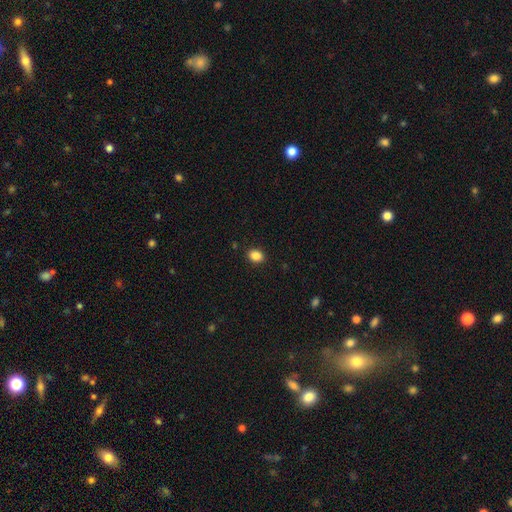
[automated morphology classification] Smooth or featured? smooth (87%)
How rounded? in between (62%)
Merging? none (90%)